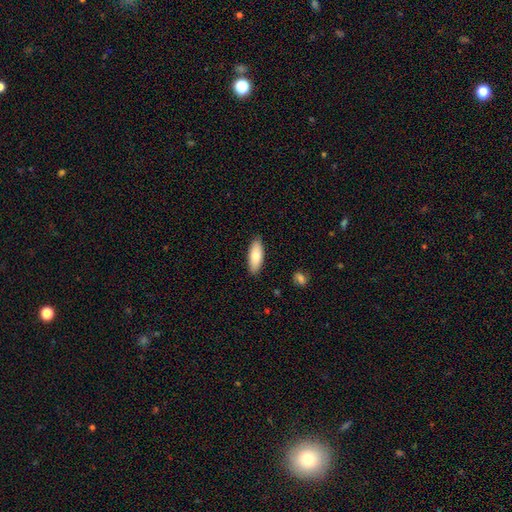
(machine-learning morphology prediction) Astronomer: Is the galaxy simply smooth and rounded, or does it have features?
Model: smooth — 78%.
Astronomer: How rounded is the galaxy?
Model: in between — 72%.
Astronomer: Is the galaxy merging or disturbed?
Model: none — 88%.